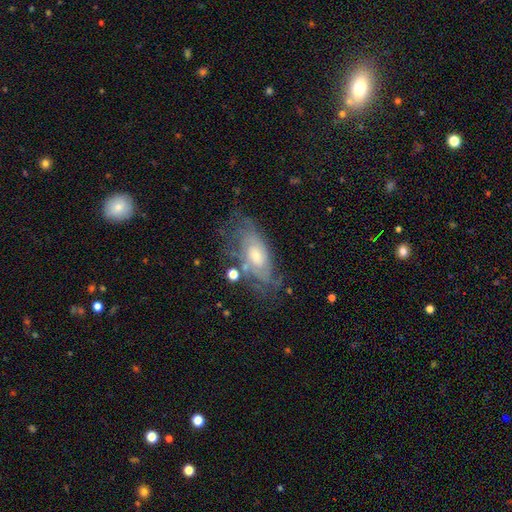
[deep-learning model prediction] Q: Smooth or featured?
A: featured or disk (71%); runner-up: smooth (20%)
Q: Edge-on disk?
A: no (89%); runner-up: yes (11%)
Q: Bar?
A: no (67%); runner-up: weak (28%)
Q: Spiral arms?
A: yes (84%); runner-up: no (16%)
Q: Spiral winding?
A: tight (55%); runner-up: medium (33%)
Q: Spiral arm count?
A: can't tell (58%); runner-up: 2 (17%)
Q: Bulge size?
A: moderate (49%); runner-up: small (38%)
Q: Merging?
A: none (62%); runner-up: minor disturbance (22%)